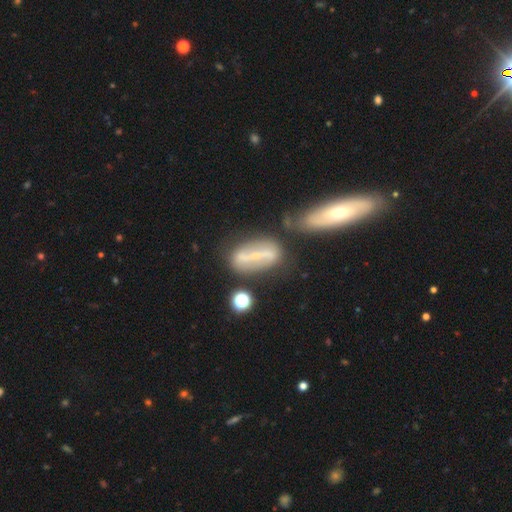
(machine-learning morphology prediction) This is likely a featured or disk galaxy (61%). It is likely not viewed edge-on (76%). Merging: possibly none (53%).